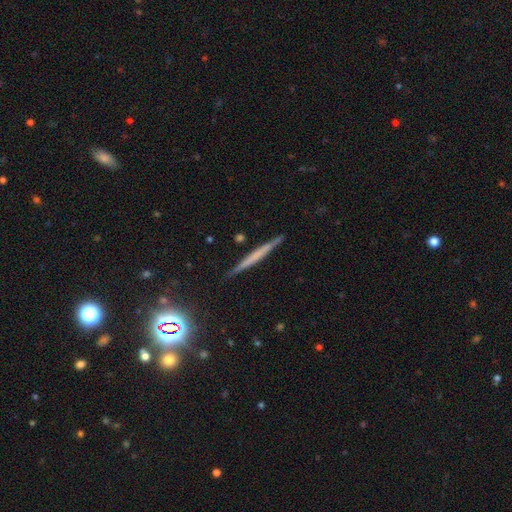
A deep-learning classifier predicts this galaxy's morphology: type=featured or disk (47%); merging=none (89%).